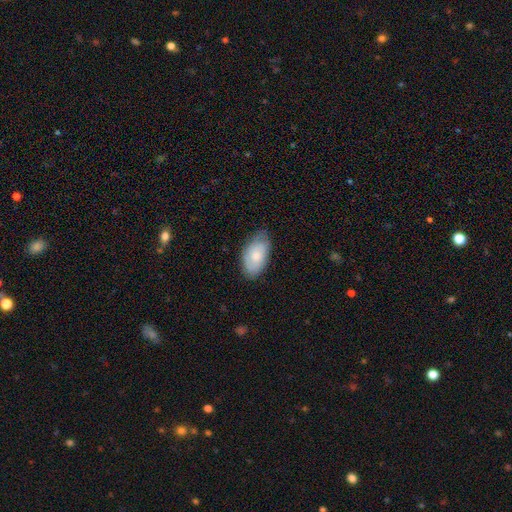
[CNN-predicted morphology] This appears to be a smooth galaxy with no disk features (63%) that is in between round and cigar-shaped (93%). Merging: none (68%).